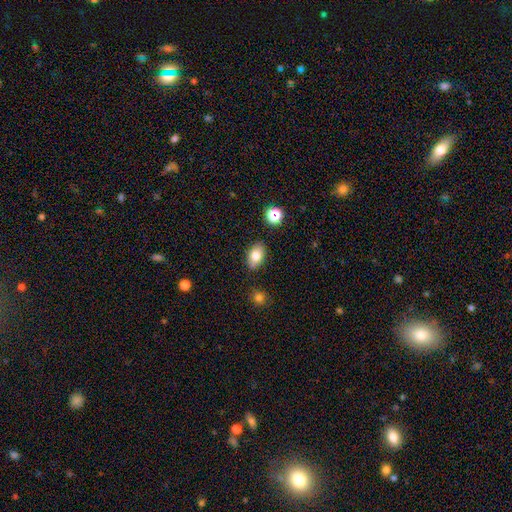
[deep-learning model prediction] Smooth or featured: smooth — 78% (featured or disk — 12%)
How rounded: in between — 87% (round — 11%)
Merging: none — 85% (minor disturbance — 11%)